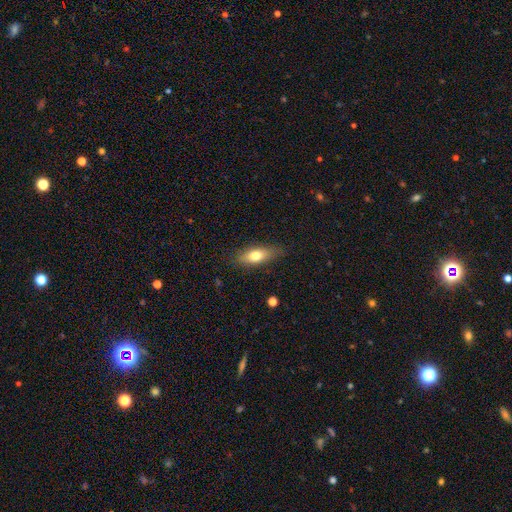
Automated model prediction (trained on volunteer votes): smooth 71%, featured or disk 22%, star or artifact 7%. Down the decision tree: how rounded — in between (68%); merging — none (80%).